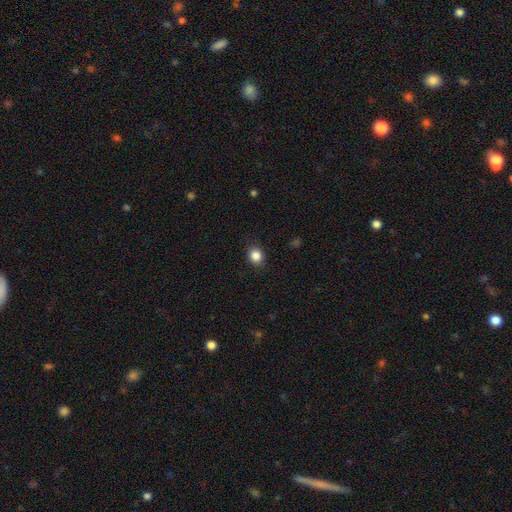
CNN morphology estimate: Q: Smooth or featured?
A: smooth (86%); runner-up: star or artifact (10%)
Q: How rounded?
A: round (70%); runner-up: in between (29%)
Q: Merging?
A: none (89%); runner-up: minor disturbance (8%)